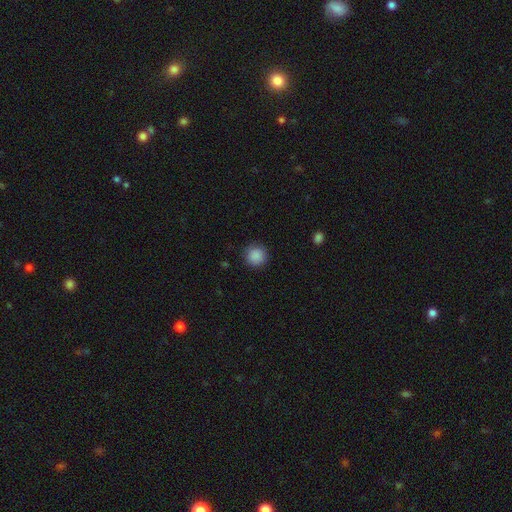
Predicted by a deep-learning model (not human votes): Smooth or featured? smooth (88%)
How rounded? round (95%)
Merging? none (91%)